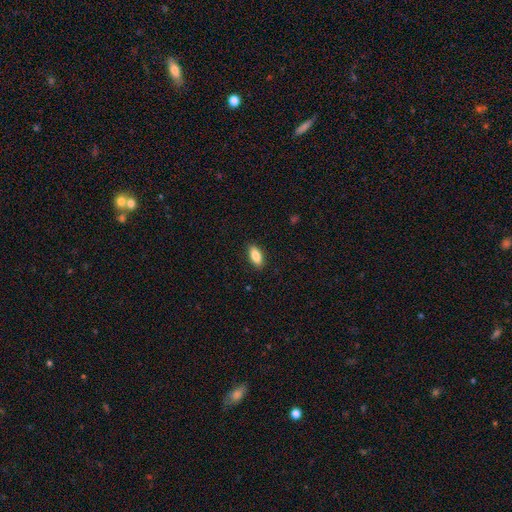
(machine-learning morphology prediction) type=smooth (84%); roundness=in between (85%); merging=none (89%).